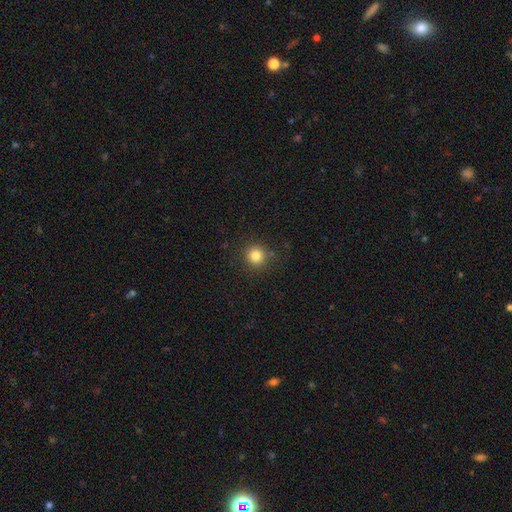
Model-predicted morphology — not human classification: A smooth galaxy with no disk features (83%) that is round (93%). Merging: none (86%).